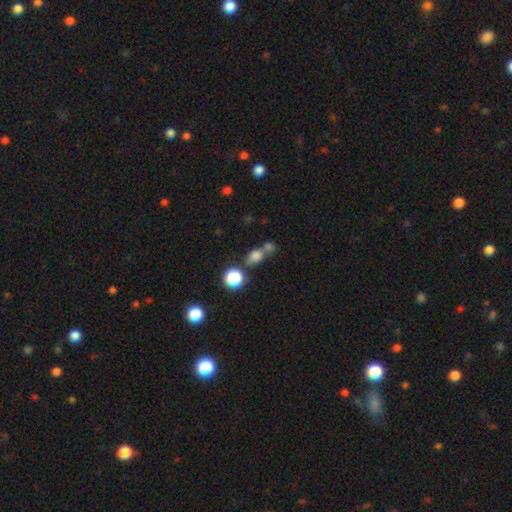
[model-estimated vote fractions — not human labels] Smooth or featured: smooth — 74% (star or artifact — 15%)
How rounded: round — 51% (in between — 44%)
Merging: none — 43% (merger — 41%)